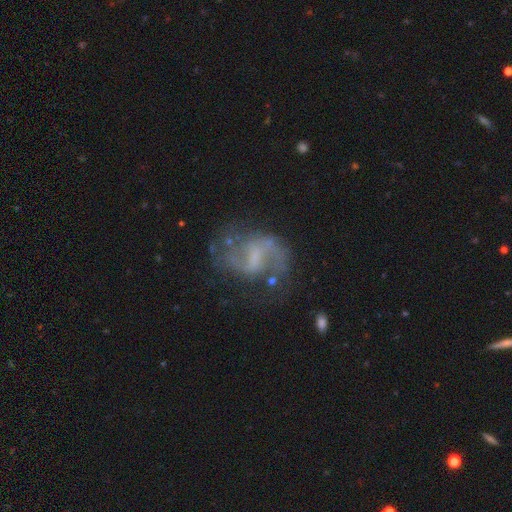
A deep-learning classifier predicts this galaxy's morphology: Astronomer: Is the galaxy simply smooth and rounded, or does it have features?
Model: featured or disk — 83%.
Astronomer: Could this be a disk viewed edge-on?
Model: no — 98%.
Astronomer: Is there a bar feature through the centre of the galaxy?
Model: weak — 56%.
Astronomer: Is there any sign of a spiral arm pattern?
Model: yes — 91%.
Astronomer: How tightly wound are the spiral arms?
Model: loose — 45%, tied with medium at 45%.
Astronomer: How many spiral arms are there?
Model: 2 — 88%.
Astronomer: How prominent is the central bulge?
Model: none — 38% (runner-up: small, 36%).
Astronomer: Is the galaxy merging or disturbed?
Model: none — 65%.